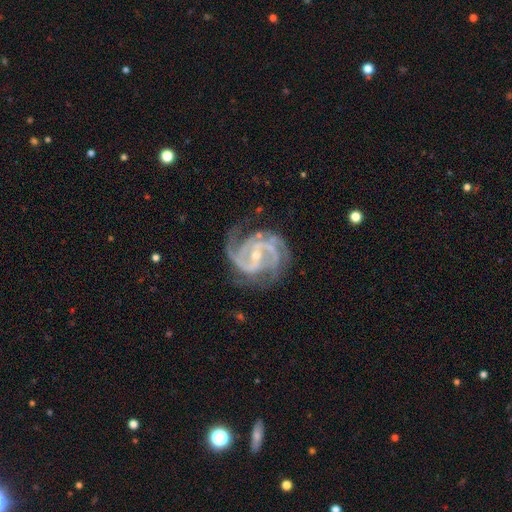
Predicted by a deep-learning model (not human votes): smooth_or_featured: featured or disk (p=0.93) [alt: star or artifact p=0.05]
disk_edge_on: no (p=0.98) [alt: yes p=0.02]
bar: weak (p=0.41) [alt: strong p=0.34]
has_spiral_arms: yes (p=0.98) [alt: no p=0.02]
spiral_winding: medium (p=0.52) [alt: tight p=0.39]
spiral_arm_count: 2 (p=0.44) [alt: 3 p=0.31]
bulge_size: small (p=0.65) [alt: moderate p=0.32]
merging: none (p=0.68) [alt: minor disturbance p=0.20]